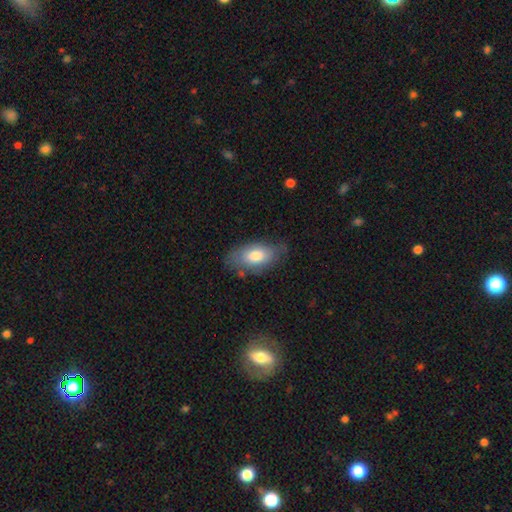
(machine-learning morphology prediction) smooth 74%, featured or disk 19%, star or artifact 6%. Down the decision tree: how rounded — in between (91%); merging — none (66%).